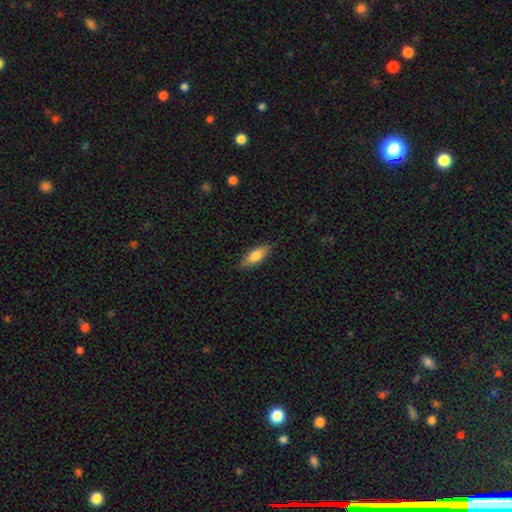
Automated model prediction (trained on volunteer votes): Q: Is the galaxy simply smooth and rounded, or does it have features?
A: smooth — 71%.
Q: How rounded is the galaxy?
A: in between — 64%.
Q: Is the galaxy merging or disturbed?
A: none — 85%.